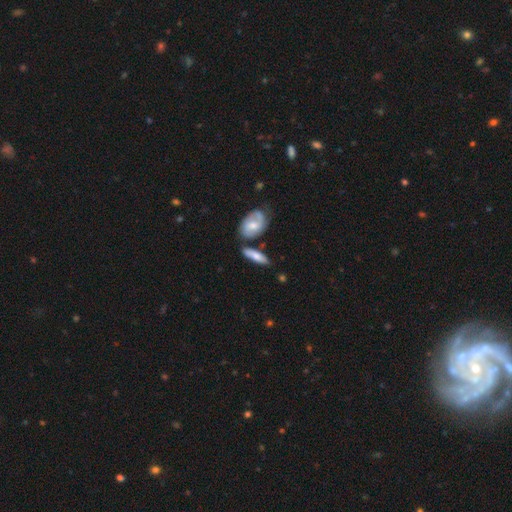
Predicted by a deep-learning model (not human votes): Overall: smooth (66%; featured or disk 28%). How rounded: in between (50%; cigar-shaped 47%). Merging: none (65%).